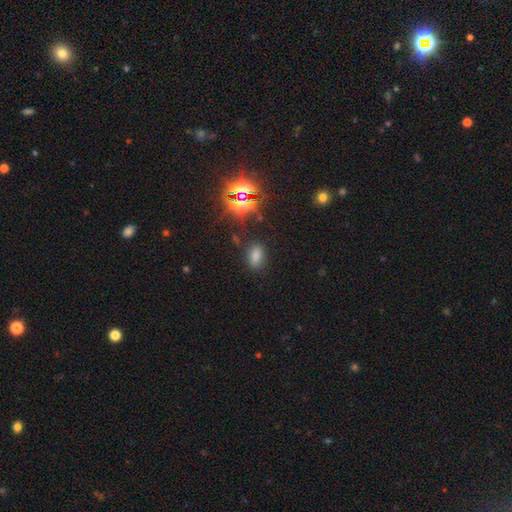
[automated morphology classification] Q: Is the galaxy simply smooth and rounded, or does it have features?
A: smooth — 68%.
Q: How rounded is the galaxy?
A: in between — 89%.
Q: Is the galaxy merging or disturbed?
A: none — 79%.